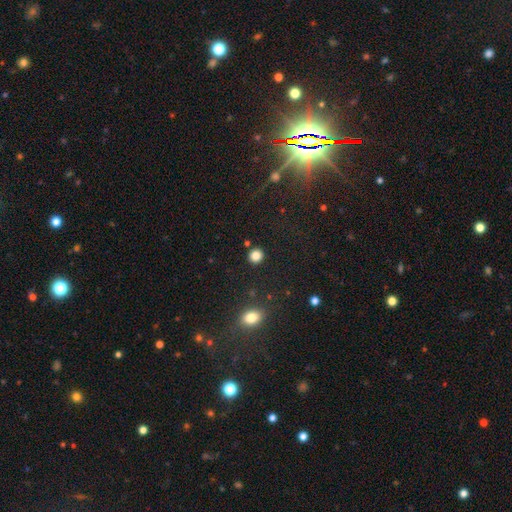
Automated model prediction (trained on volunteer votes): Morphology: type=smooth (84%); roundness=round (90%); merging=none (90%).